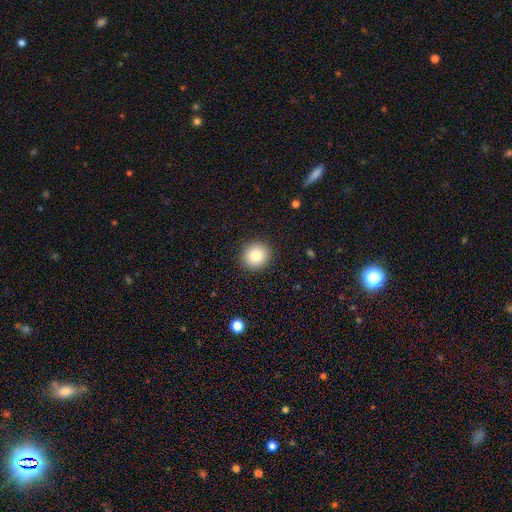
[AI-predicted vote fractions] Smooth or featured: smooth — 85% (star or artifact — 9%)
How rounded: round — 88% (in between — 11%)
Merging: none — 91% (minor disturbance — 6%)